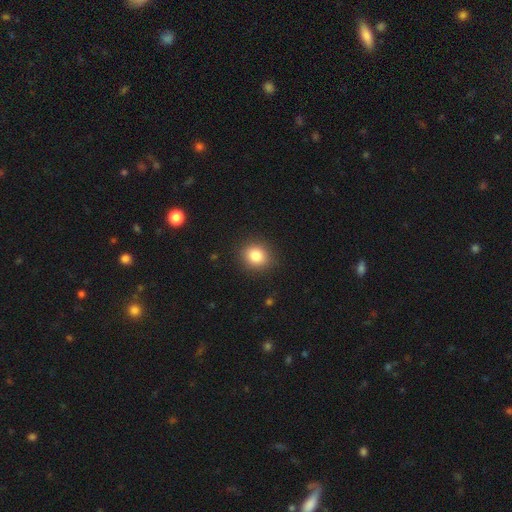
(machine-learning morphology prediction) The model was most divided on "how rounded": round: 77%, in between: 22%, cigar-shaped: 1%. More confident: merging — none (89%); smooth or featured — smooth (84%).